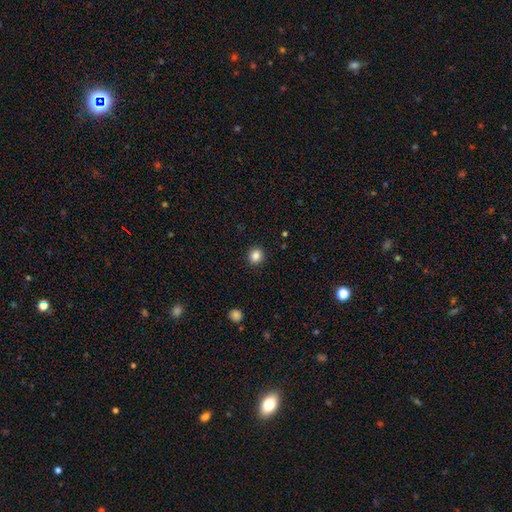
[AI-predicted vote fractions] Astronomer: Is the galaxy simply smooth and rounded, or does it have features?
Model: smooth — 86%.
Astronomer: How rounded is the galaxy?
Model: round — 82%.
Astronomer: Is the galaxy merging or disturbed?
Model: none — 91%.